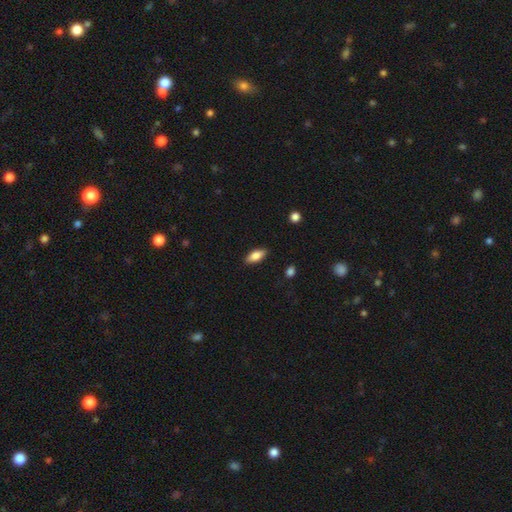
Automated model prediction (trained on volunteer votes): Overall: smooth (78%). How rounded: in between (81%). Merging: none (87%).